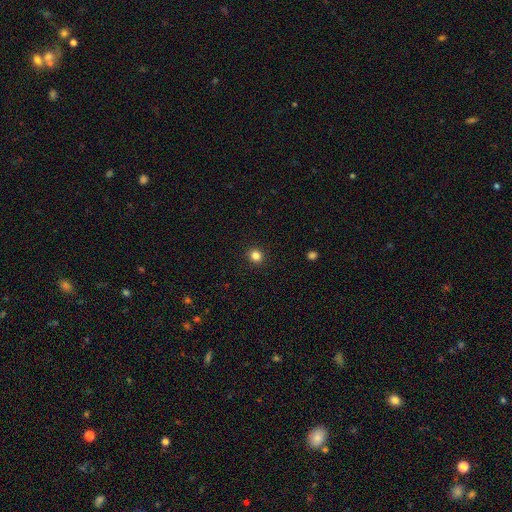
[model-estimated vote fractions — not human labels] The model was most divided on "smooth or featured": smooth: 83%, star or artifact: 12%, featured or disk: 4%. More confident: merging — none (93%); how rounded — round (89%).